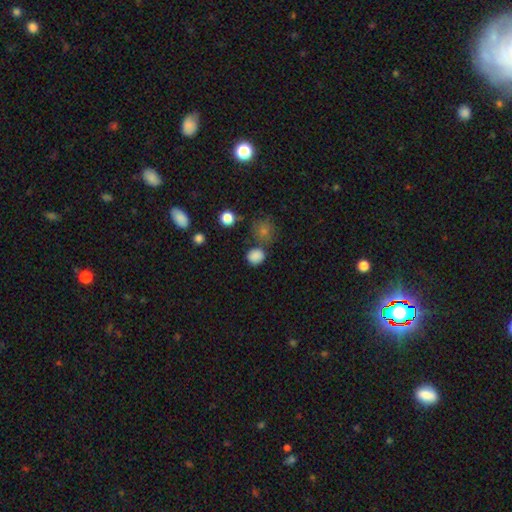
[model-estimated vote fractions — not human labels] Smooth or featured: smooth — 83% (star or artifact — 13%)
How rounded: round — 79% (in between — 20%)
Merging: none — 75% (minor disturbance — 12%)